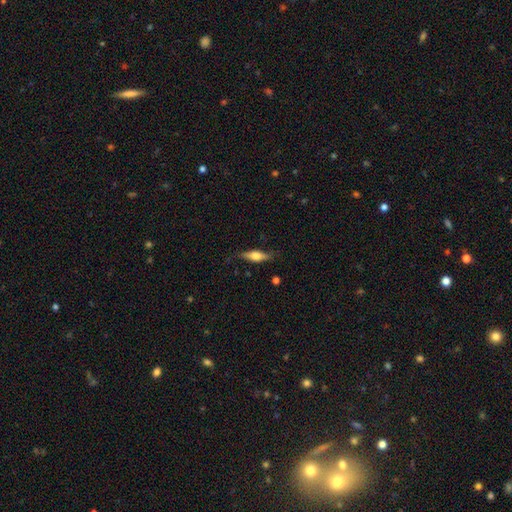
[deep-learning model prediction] smooth 48%, featured or disk 46%, star or artifact 6%. Down the decision tree: merging — none (77%).